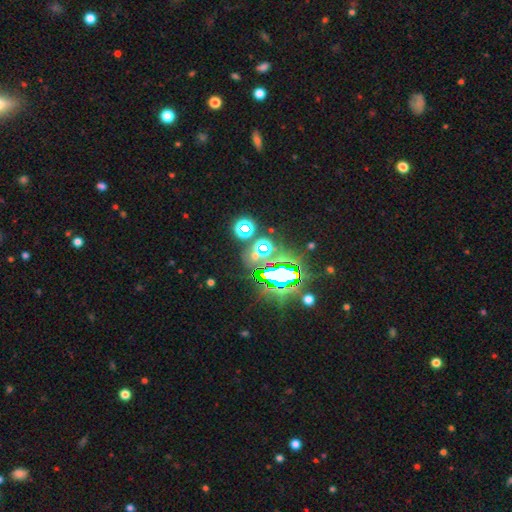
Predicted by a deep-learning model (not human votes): Morphology: type=star or artifact (71%).